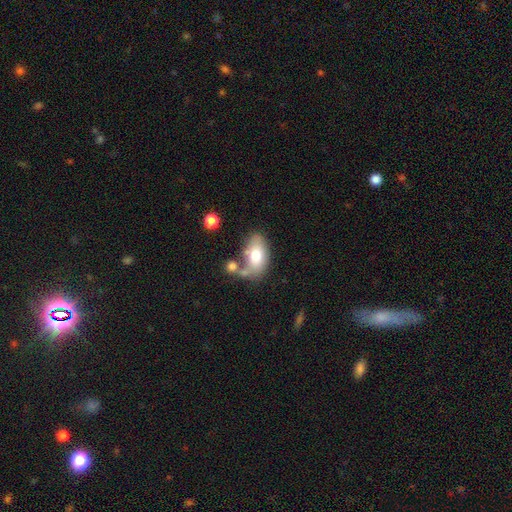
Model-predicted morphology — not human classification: Overall: smooth (72%). How rounded: in between (92%). Merging: none (44%; merger 25%).